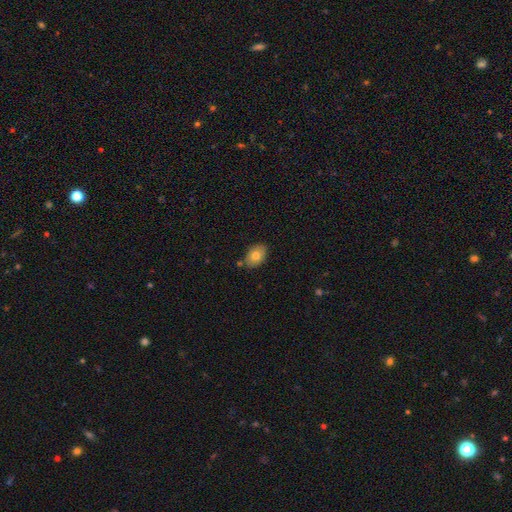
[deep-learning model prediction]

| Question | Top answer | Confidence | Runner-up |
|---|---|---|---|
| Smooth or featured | smooth | 77% | featured or disk (15%) |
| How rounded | in between | 82% | round (17%) |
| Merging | none | 79% | minor disturbance (14%) |